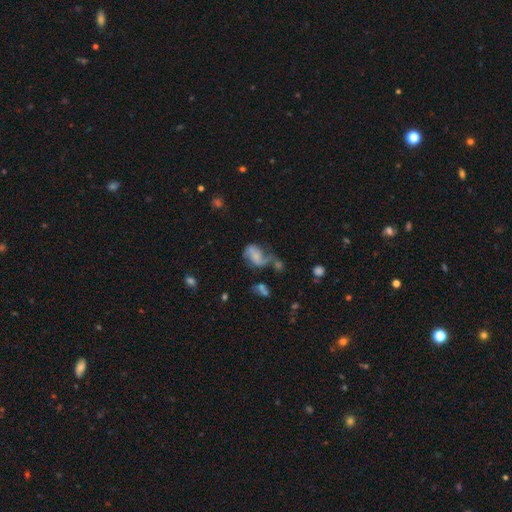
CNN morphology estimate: featured or disk 51%, smooth 38%, star or artifact 11%. Down the decision tree: edge-on disk — no (97%); merging — major disturbance (28%).